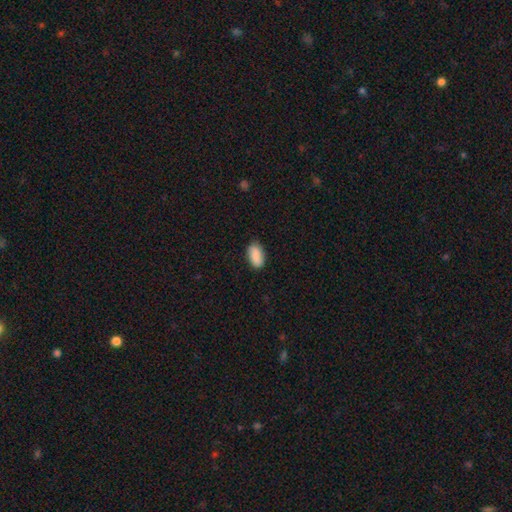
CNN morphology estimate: Overall: smooth (89%). How rounded: in between (92%). Merging: none (84%).